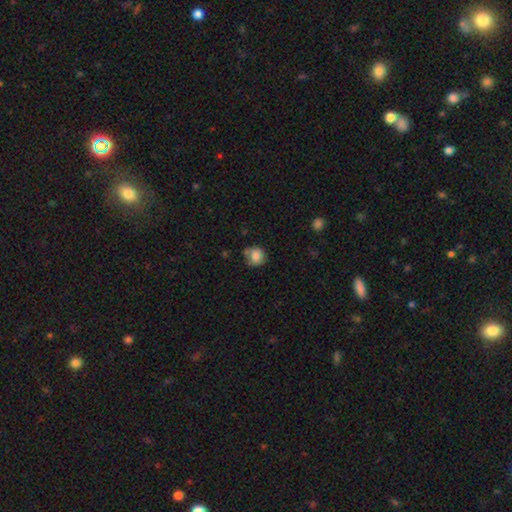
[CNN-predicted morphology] A smooth galaxy with no disk features (81%) that is round (82%).

Vote fractions:
- Smooth or featured? smooth: 81% / featured or disk: 10% / star or artifact: 9%
- How rounded? round: 82% / in between: 17% / cigar-shaped: 1%
- Merging? none: 59% / minor disturbance: 27% / major disturbance: 8% / merger: 6%